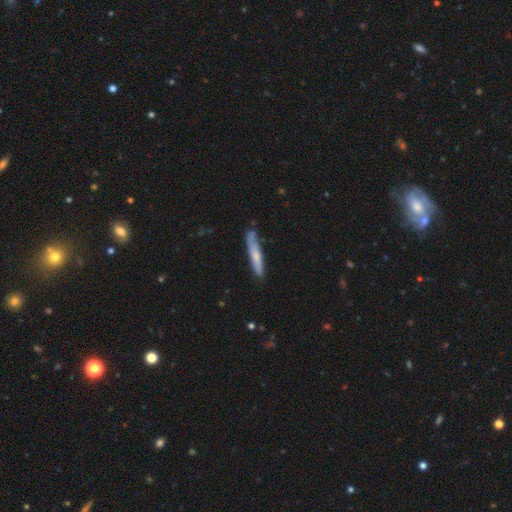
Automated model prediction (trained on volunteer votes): smooth_or_featured: smooth (p=0.63) [alt: featured or disk p=0.31]
how_rounded: cigar-shaped (p=0.93) [alt: in between p=0.06]
merging: none (p=0.78) [alt: minor disturbance p=0.17]